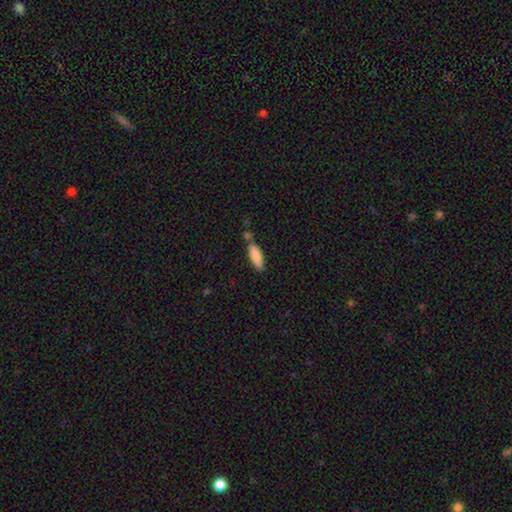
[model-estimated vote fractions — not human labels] A smooth galaxy with no disk features (84%) that is in between round and cigar-shaped (53%).

Vote fractions:
- Smooth or featured? smooth: 84% / featured or disk: 10% / star or artifact: 6%
- How rounded? in between: 53% / cigar-shaped: 45% / round: 2%
- Merging? none: 65% / minor disturbance: 16% / merger: 15% / major disturbance: 4%